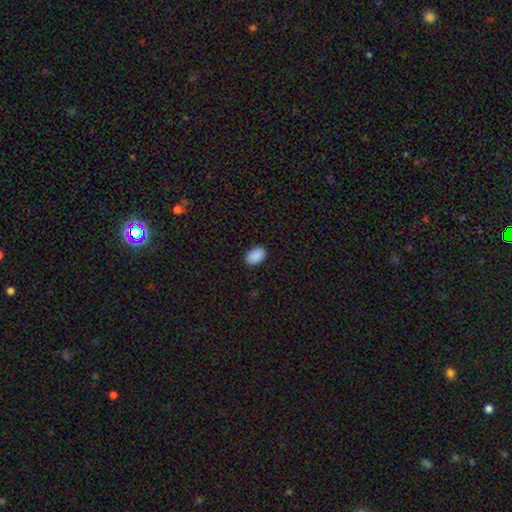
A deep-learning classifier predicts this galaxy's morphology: Overall: smooth (91%). How rounded: in between (86%). Merging: none (88%).